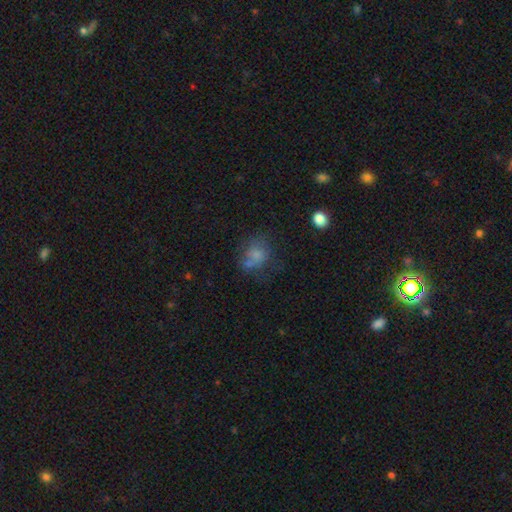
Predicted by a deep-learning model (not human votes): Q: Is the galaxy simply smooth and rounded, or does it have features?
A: smooth — 62%.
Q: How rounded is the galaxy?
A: round — 51%.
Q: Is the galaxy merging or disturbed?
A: none — 43%.